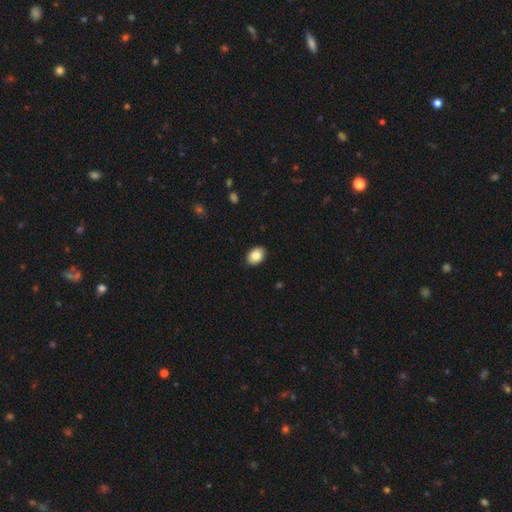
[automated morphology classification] Smooth or featured? smooth (85%)
How rounded? in between (77%)
Merging? none (89%)